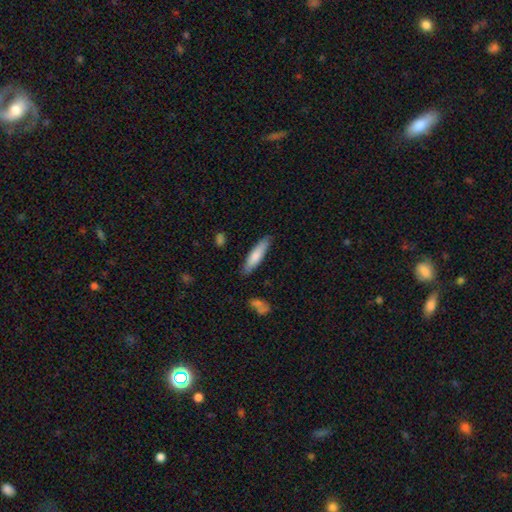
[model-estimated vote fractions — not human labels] Smooth or featured? smooth (76%)
How rounded? cigar-shaped (76%)
Merging? none (84%)